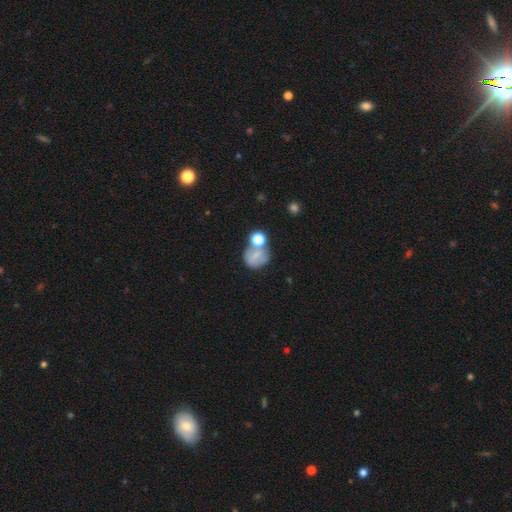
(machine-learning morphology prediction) Smooth or featured? Predicted: smooth (p=0.66). How rounded? Predicted: round (p=0.68). Merging? Predicted: none (p=0.41).